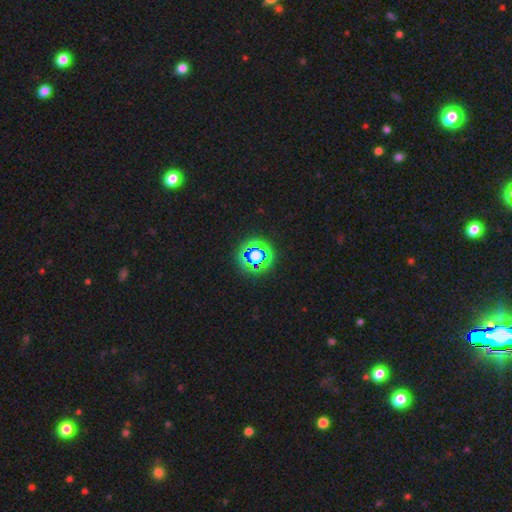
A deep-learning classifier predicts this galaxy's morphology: A star or artifact, not a galaxy (59%).

Vote fractions:
- Smooth or featured? star or artifact: 59% / smooth: 30% / featured or disk: 11%